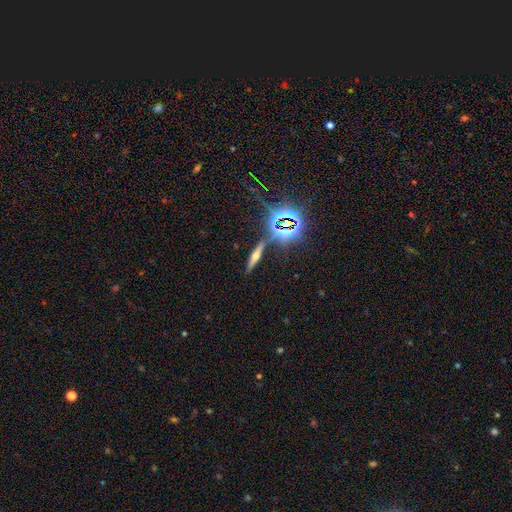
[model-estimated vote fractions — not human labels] Morphology: type=featured or disk (45%); merging=none (83%).